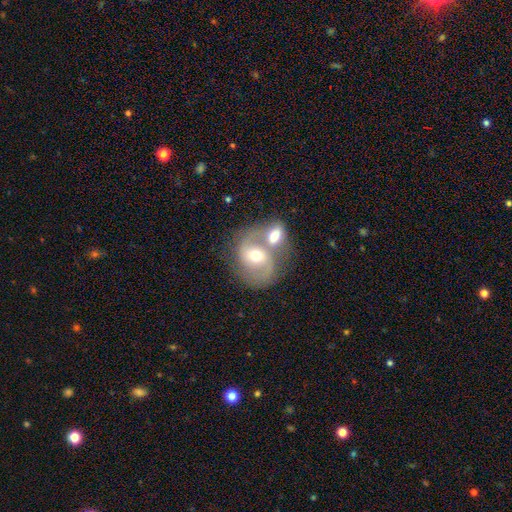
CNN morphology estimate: Smooth or featured: featured or disk — 70% (smooth — 23%)
Edge-on disk: no — 97% (yes — 3%)
Bar: no — 48% (weak — 38%)
Spiral arms: yes — 86% (no — 14%)
Spiral winding: medium — 53% (loose — 29%)
Spiral arm count: 2 — 86% (can't tell — 7%)
Bulge size: moderate — 66% (small — 25%)
Merging: merger — 59% (none — 27%)